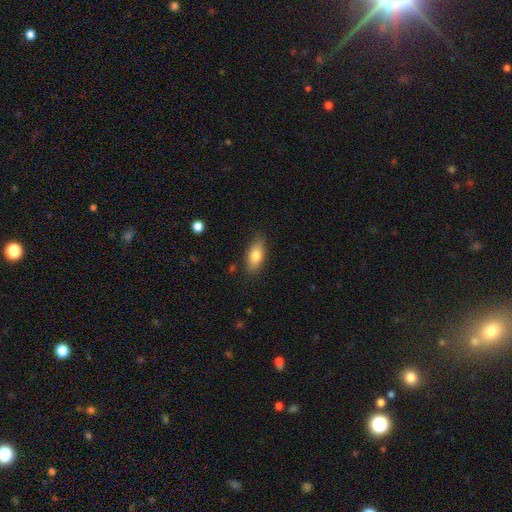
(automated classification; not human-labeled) This is likely a smooth galaxy (79%). How rounded: clearly in between (83%). Merging: clearly none (81%).